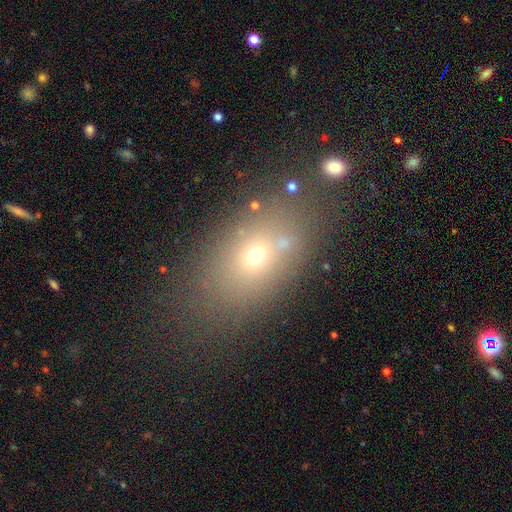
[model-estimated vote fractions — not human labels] smooth_or_featured: smooth (p=0.59) [alt: star or artifact p=0.21]
how_rounded: in between (p=0.75) [alt: round p=0.21]
merging: none (p=0.69) [alt: minor disturbance p=0.13]